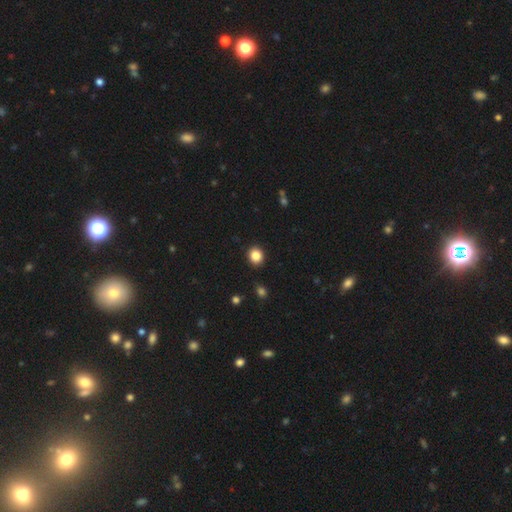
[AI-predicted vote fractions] Smooth or featured? smooth (86%)
How rounded? round (77%)
Merging? none (90%)